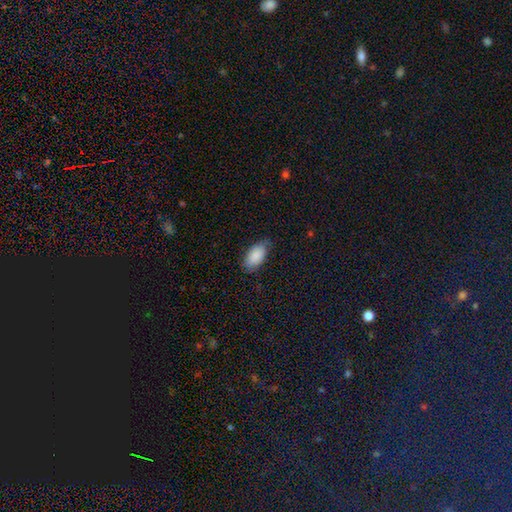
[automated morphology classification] This appears to be a smooth galaxy with no disk features (87%) that is in between round and cigar-shaped (94%). Merging: none (70%).